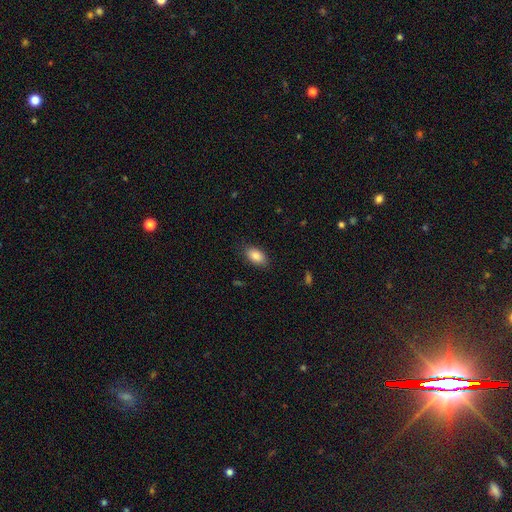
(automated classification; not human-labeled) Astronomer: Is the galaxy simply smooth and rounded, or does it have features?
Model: smooth — 86%.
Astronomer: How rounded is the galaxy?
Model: in between — 92%.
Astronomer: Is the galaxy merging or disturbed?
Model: none — 85%.